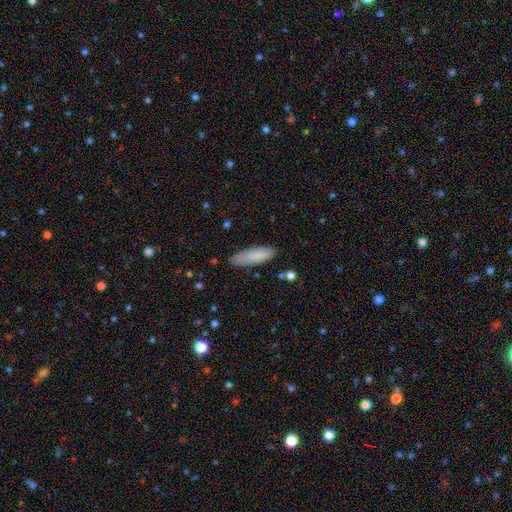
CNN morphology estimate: smooth 84%, featured or disk 10%, star or artifact 6%. Down the decision tree: how rounded — cigar-shaped (52%); merging — none (82%).